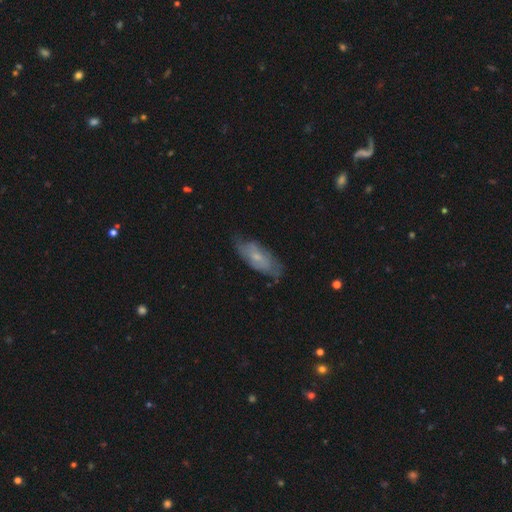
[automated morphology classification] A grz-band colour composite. It shows a featured or disk galaxy (54%). Merging: none (68%).